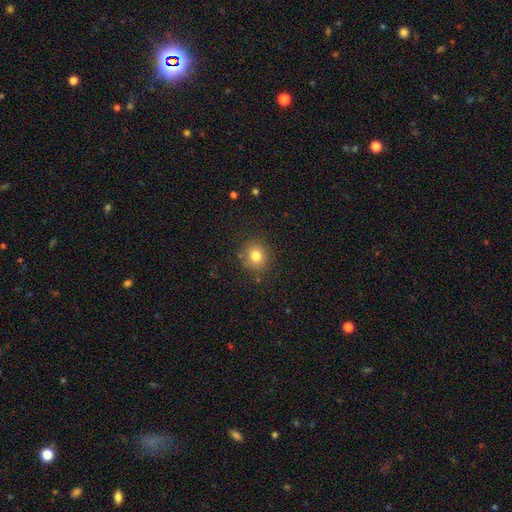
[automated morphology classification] smooth_or_featured: smooth (p=0.79) [alt: star or artifact p=0.13]
how_rounded: round (p=0.85) [alt: in between p=0.14]
merging: none (p=0.85) [alt: minor disturbance p=0.10]